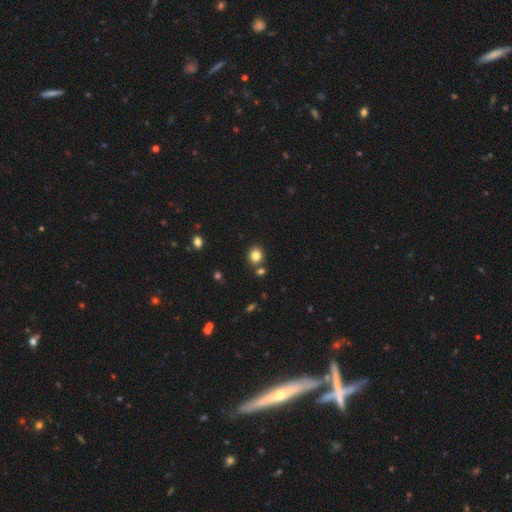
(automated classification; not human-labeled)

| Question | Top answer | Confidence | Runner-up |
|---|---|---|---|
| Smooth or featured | smooth | 83% | star or artifact (12%) |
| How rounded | round | 86% | in between (13%) |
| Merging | none | 80% | merger (11%) |